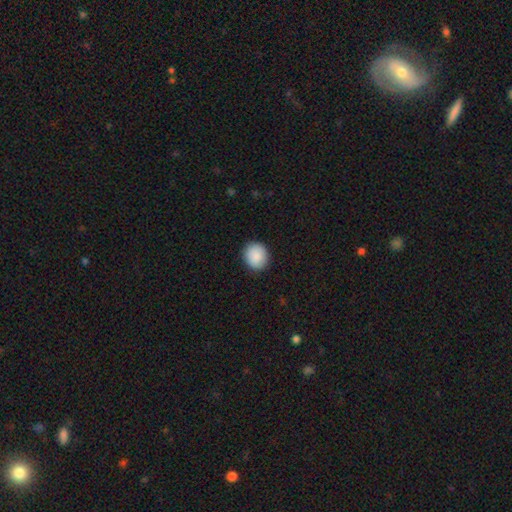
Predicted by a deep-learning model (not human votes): This is clearly a smooth galaxy (88%). How rounded: likely round (77%). Merging: clearly none (90%).